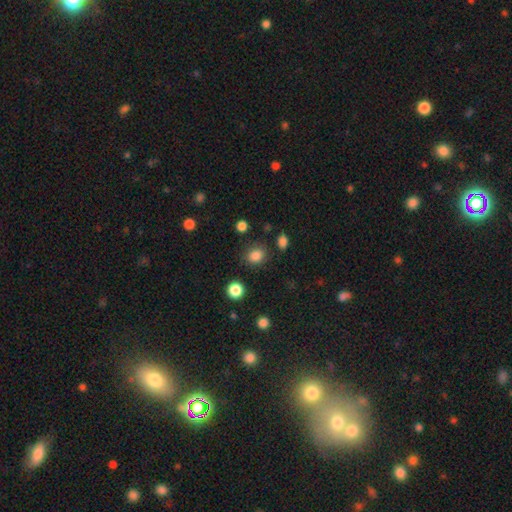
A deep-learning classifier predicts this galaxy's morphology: Smooth or featured? Predicted: smooth (p=0.84). How rounded? Predicted: round (p=0.61). Merging? Predicted: none (p=0.82).